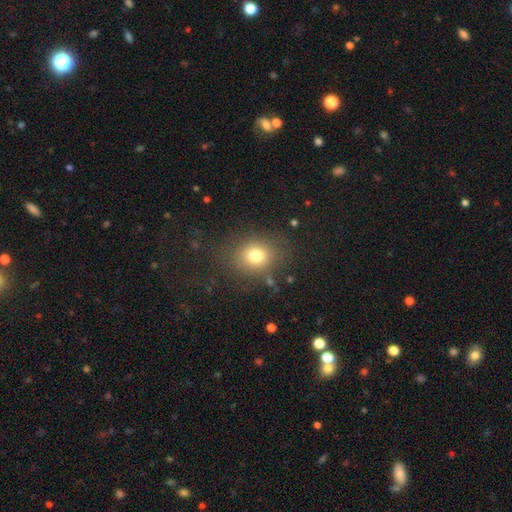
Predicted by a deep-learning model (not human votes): The model was most divided on "how rounded": round: 69%, in between: 30%, cigar-shaped: 1%. More confident: merging — none (79%); smooth or featured — smooth (76%).